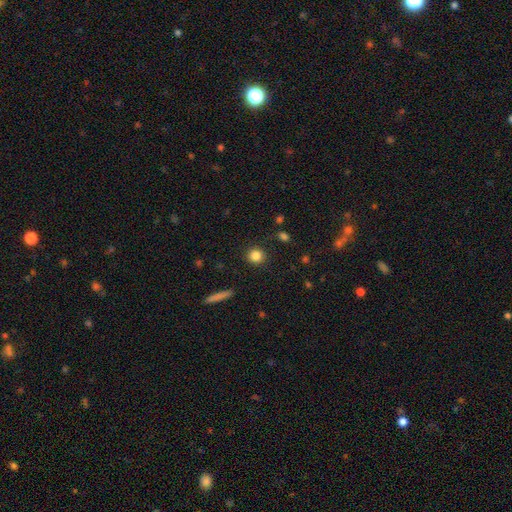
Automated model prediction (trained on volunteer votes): A smooth galaxy with no disk features (84%) that is round (91%). Merging: none (89%).